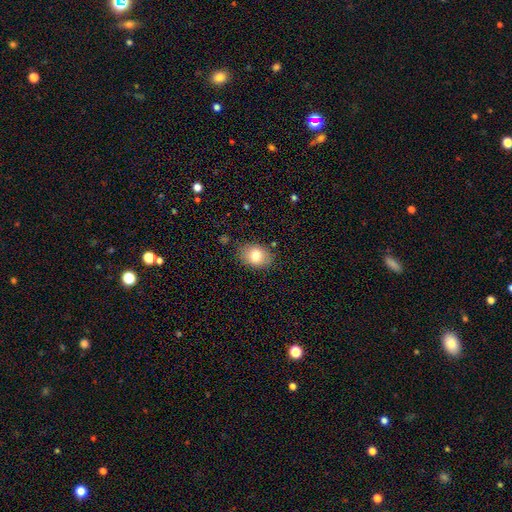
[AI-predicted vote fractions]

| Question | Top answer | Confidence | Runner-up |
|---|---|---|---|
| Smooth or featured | smooth | 80% | featured or disk (12%) |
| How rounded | in between | 70% | round (29%) |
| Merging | none | 82% | minor disturbance (13%) |